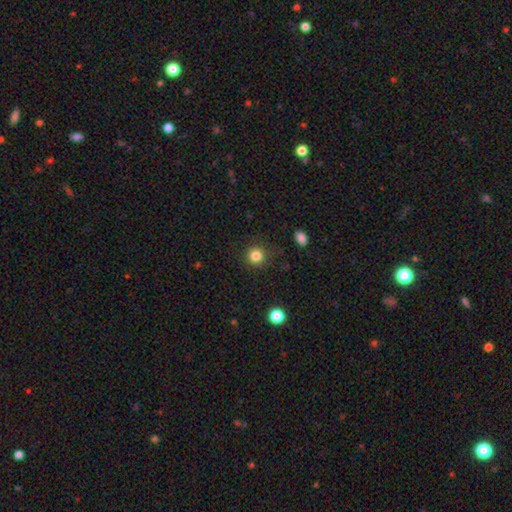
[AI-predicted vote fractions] Smooth or featured? smooth (84%)
How rounded? round (94%)
Merging? none (89%)